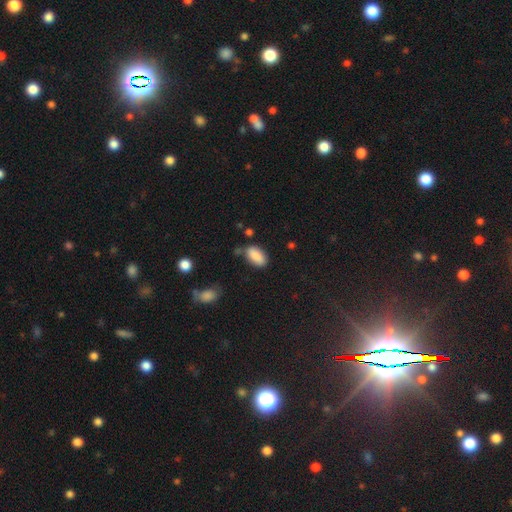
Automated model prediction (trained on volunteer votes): Smooth or featured? Predicted: smooth (p=0.86). How rounded? Predicted: in between (p=0.93). Merging? Predicted: none (p=0.69).